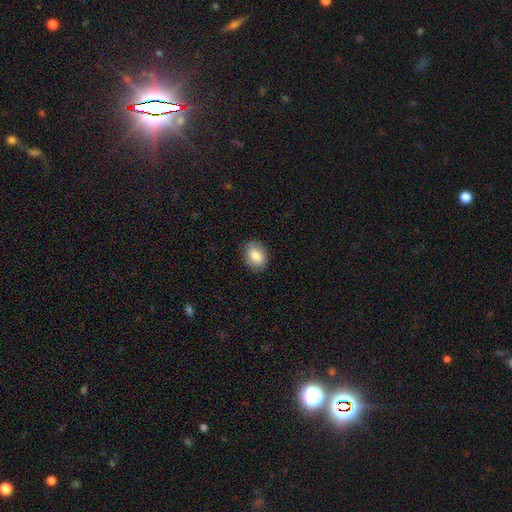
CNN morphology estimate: Smooth or featured? smooth (83%)
How rounded? in between (72%)
Merging? none (84%)